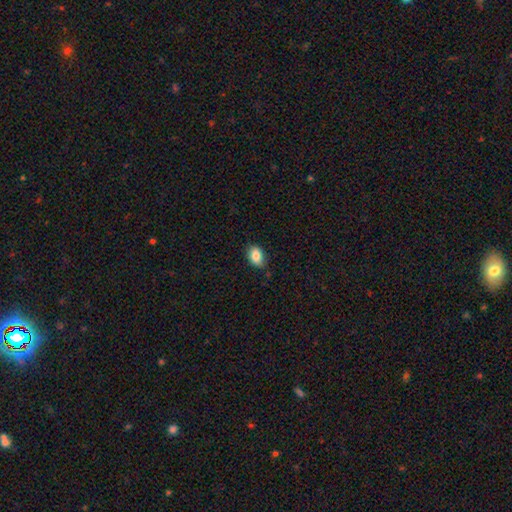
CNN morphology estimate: A smooth galaxy with no disk features (86%) that is in between round and cigar-shaped (86%). Merging: none (80%).